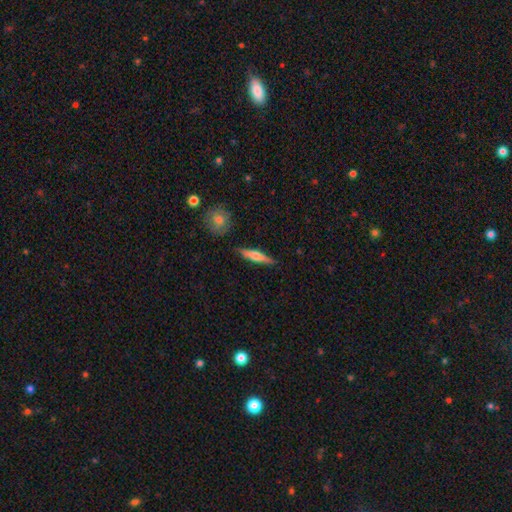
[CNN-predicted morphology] The model was most divided on "smooth or featured": smooth: 49%, featured or disk: 45%, star or artifact: 6%. More confident: merging — none (86%).